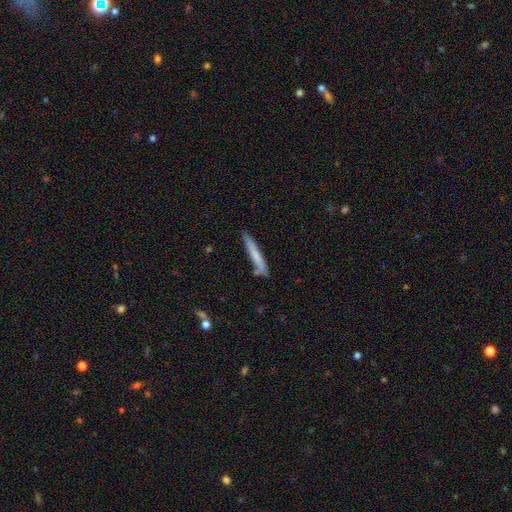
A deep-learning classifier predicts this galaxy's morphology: The model was most divided on "smooth or featured": smooth: 68%, featured or disk: 26%, star or artifact: 6%. More confident: how rounded — cigar-shaped (95%); merging — none (78%).